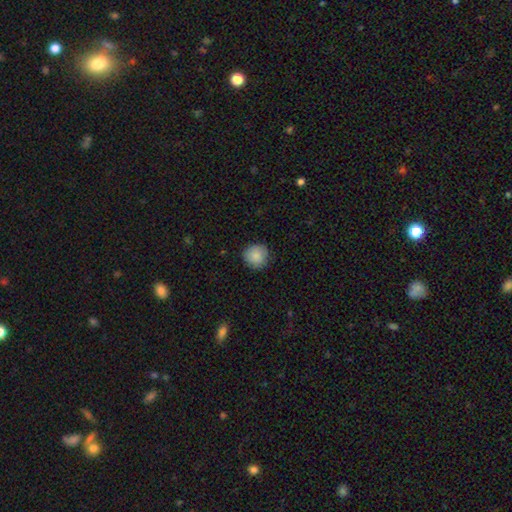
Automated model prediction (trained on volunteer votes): smooth-or-featured: smooth: 87% | star or artifact: 7% | featured or disk: 6%
  how-rounded: round: 93% | in between: 6% | cigar-shaped: 1%
  merging: none: 84% | minor disturbance: 13% | major disturbance: 2% | merger: 1%